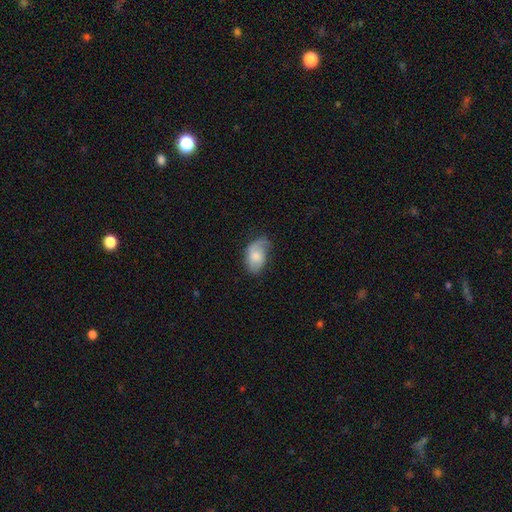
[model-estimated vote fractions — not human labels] Smooth or featured? smooth (58%)
How rounded? in between (90%)
Merging? none (46%)